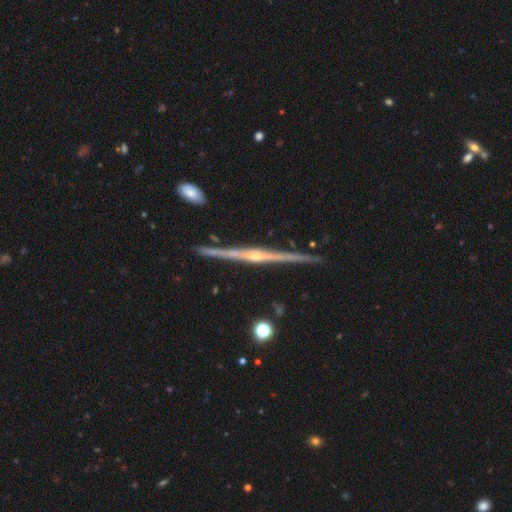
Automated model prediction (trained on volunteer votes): This is clearly a featured or disk galaxy (89%). It is clearly viewed edge-on (99%). Edge-on bulge: clearly rounded (82%). Merging: clearly none (90%).